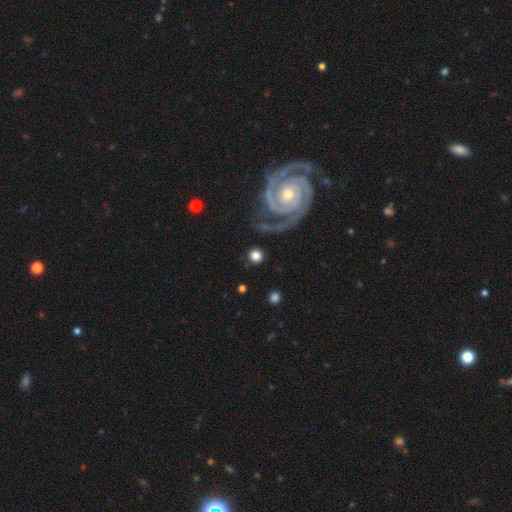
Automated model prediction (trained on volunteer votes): Overall: smooth (70%). How rounded: round (91%). Merging: none (83%).